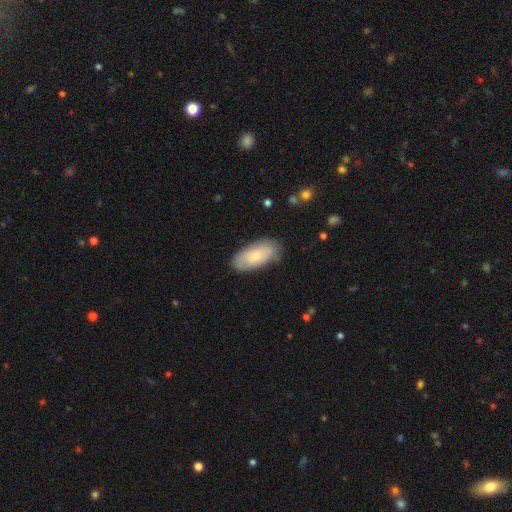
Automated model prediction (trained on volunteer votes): Smooth or featured? Predicted: smooth (p=0.65). How rounded? Predicted: in between (p=0.91). Merging? Predicted: none (p=0.78).